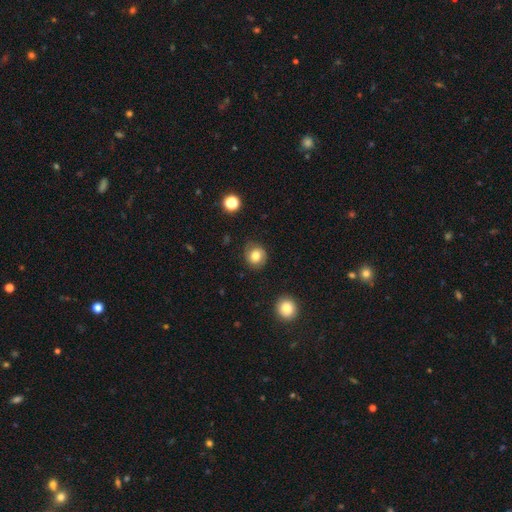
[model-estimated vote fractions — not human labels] A smooth galaxy with no disk features (66%) that is round (83%). Merging: none (80%).